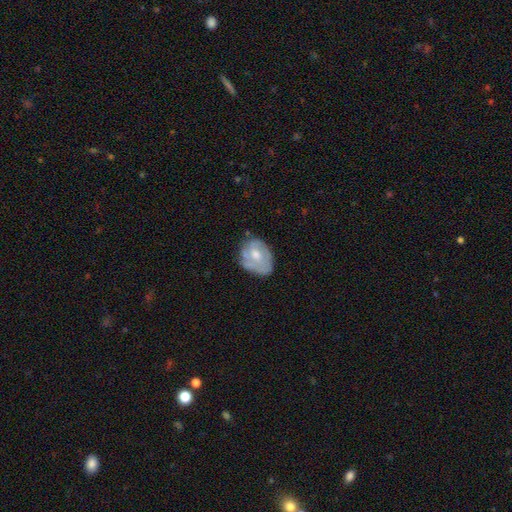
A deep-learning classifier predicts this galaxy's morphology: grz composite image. It shows a featured or disk galaxy (52%) with no bar (74%), no spiral arms (51%) and a moderate central bulge (63%). Merging: none (51%).